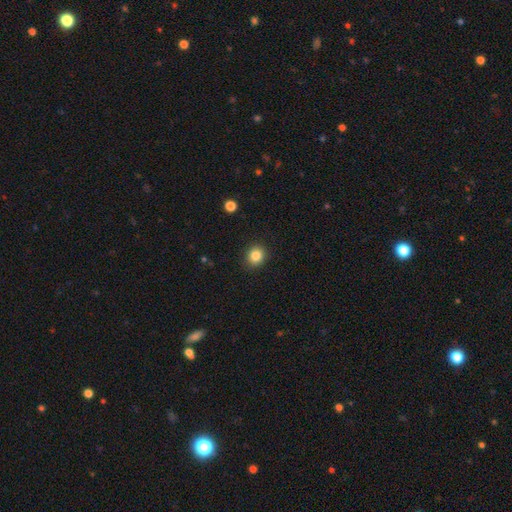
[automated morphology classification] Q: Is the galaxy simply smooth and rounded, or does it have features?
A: smooth — 85%.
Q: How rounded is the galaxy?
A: round — 79%.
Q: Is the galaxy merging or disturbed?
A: none — 90%.